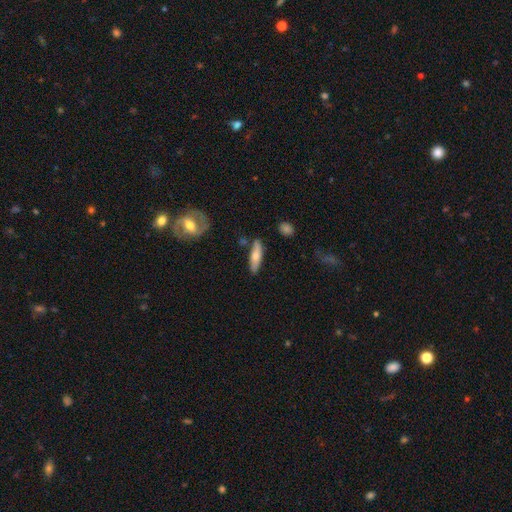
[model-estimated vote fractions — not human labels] Q: Smooth or featured?
A: smooth (59%); runner-up: featured or disk (35%)
Q: How rounded?
A: cigar-shaped (66%); runner-up: in between (32%)
Q: Merging?
A: none (80%); runner-up: minor disturbance (13%)